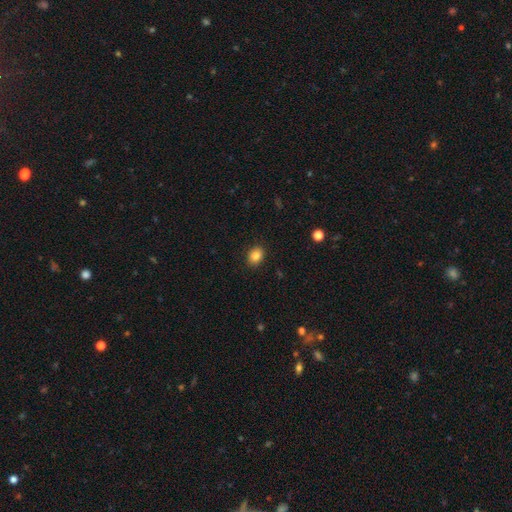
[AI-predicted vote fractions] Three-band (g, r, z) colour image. It shows a smooth galaxy with no disk features (85%) that is in between round and cigar-shaped (54%). Merging: none (90%).